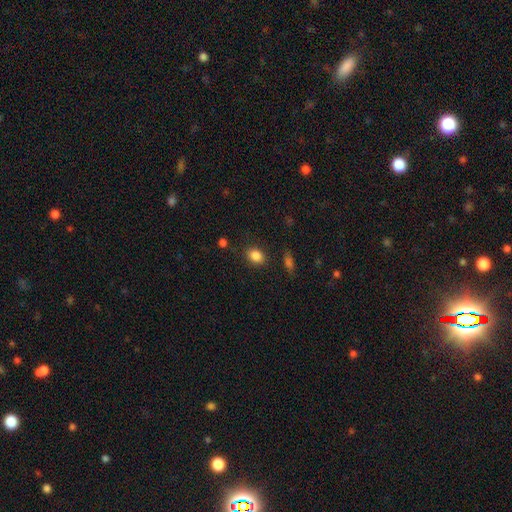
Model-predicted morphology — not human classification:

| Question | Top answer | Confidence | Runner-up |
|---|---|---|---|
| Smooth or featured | smooth | 85% | star or artifact (10%) |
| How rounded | in between | 56% | round (43%) |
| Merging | none | 83% | minor disturbance (11%) |